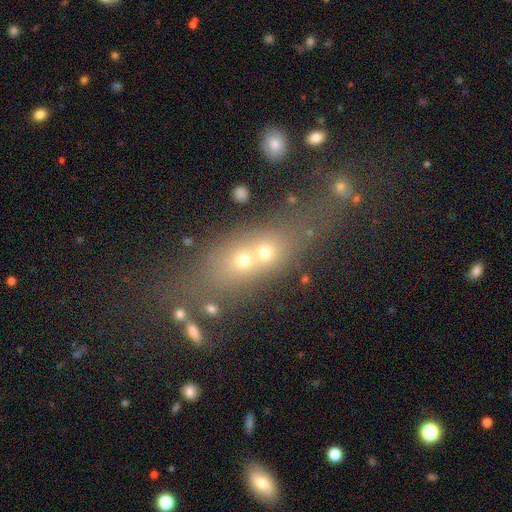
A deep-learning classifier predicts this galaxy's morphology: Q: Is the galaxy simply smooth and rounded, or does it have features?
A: smooth — 48%.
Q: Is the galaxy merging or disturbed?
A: merger — 57%.